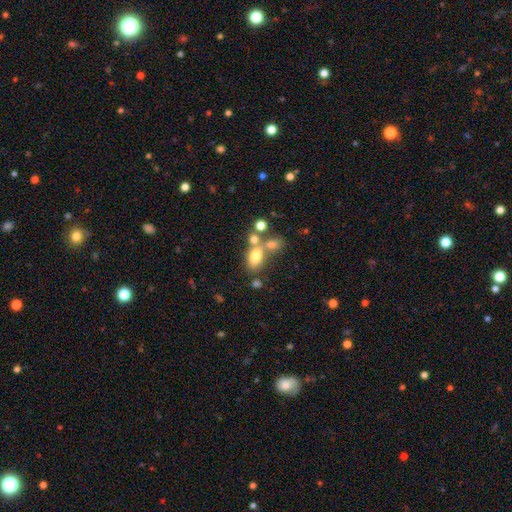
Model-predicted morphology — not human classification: Smooth or featured?
  - smooth: 72% *
  - featured or disk: 16%
  - star or artifact: 12%
How rounded?
  - in between: 83% *
  - round: 13%
  - cigar-shaped: 4%
Merging?
  - none: 42% *
  - merger: 39%
  - minor disturbance: 12%
  - major disturbance: 7%